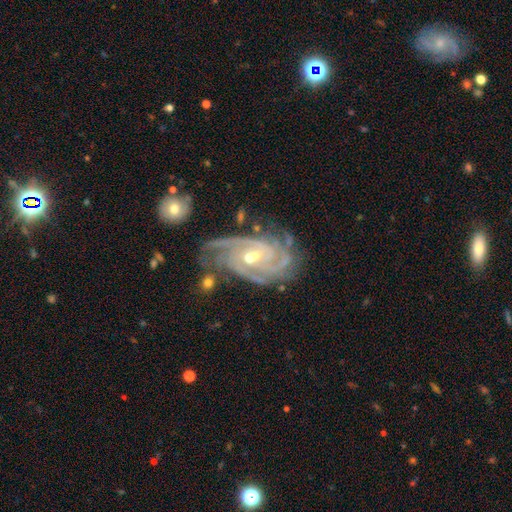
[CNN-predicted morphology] featured or disk 91%, star or artifact 5%, smooth 3%. Down the decision tree: edge-on disk — no (97%); bar — weak (43%); spiral arms — yes (98%); spiral arm count — 3 (28%); spiral winding — tight (66%); bulge size — small (55%); merging — none (64%).